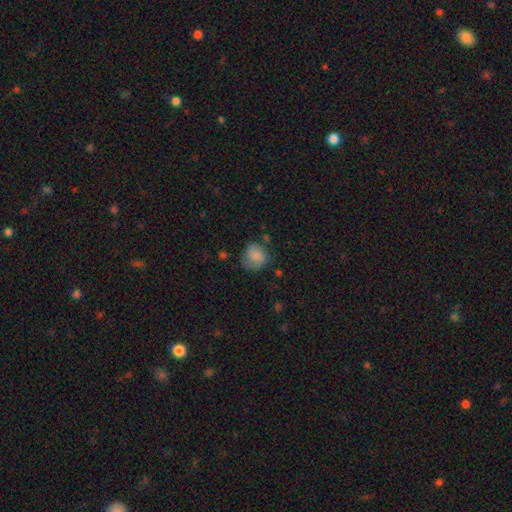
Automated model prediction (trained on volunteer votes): Smooth or featured: smooth — 78% (featured or disk — 13%)
How rounded: round — 75% (in between — 25%)
Merging: none — 57% (minor disturbance — 28%)